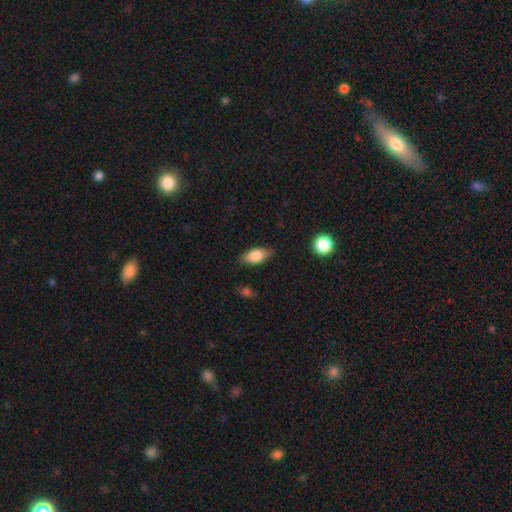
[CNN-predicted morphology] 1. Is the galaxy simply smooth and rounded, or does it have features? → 83% smooth, 10% featured or disk, 7% star or artifact.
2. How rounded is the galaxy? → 87% in between, 9% cigar-shaped, 4% round.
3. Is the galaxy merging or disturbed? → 82% none, 14% minor disturbance, 3% major disturbance, 1% merger.